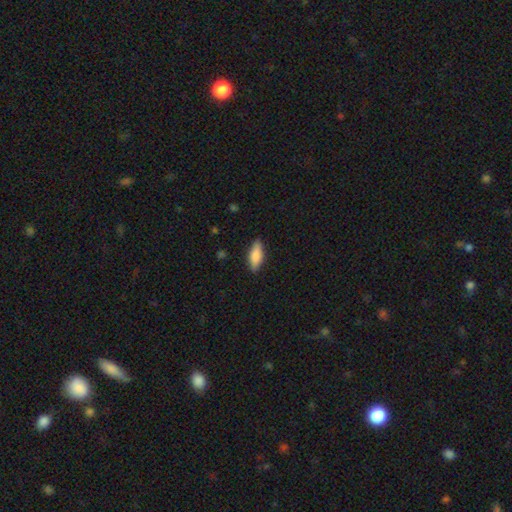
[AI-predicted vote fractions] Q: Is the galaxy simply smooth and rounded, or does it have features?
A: smooth — 82%.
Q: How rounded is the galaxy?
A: in between — 71%.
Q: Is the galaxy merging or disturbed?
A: none — 85%.